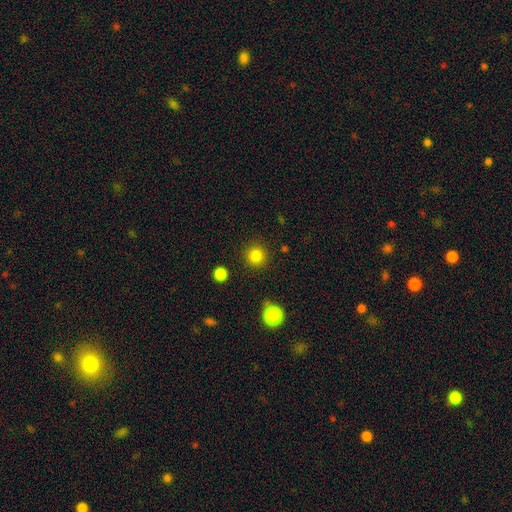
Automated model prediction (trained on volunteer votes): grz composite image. It shows a smooth galaxy with no disk features (83%) that is round (95%). Merging: none (91%).